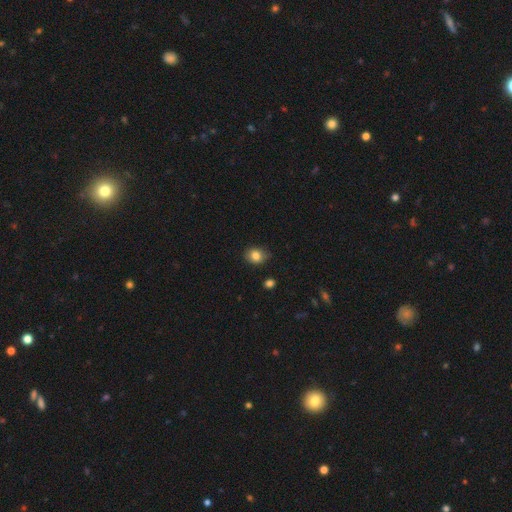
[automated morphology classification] Smooth or featured: smooth — 82% (star or artifact — 10%)
How rounded: round — 53% (in between — 46%)
Merging: none — 80% (minor disturbance — 16%)